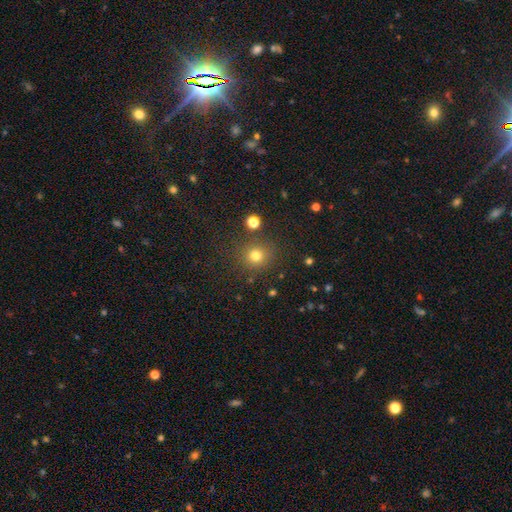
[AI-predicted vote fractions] Smooth or featured: smooth — 77% (star or artifact — 16%)
How rounded: round — 90% (in between — 9%)
Merging: none — 83% (minor disturbance — 9%)